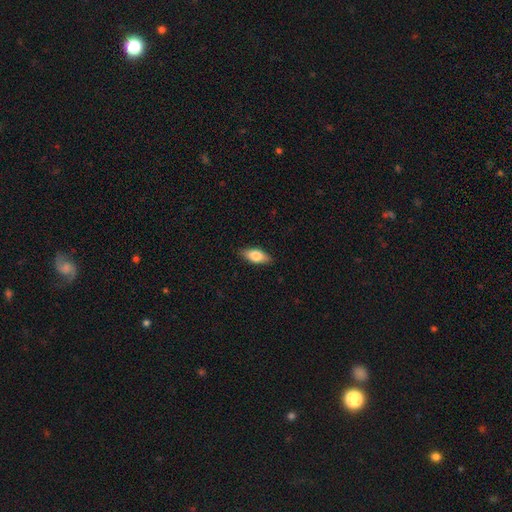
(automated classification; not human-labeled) Smooth or featured?
  - smooth: 78% *
  - featured or disk: 15%
  - star or artifact: 6%
How rounded?
  - in between: 84% *
  - cigar-shaped: 12%
  - round: 3%
Merging?
  - none: 87% *
  - minor disturbance: 10%
  - major disturbance: 2%
  - merger: 1%